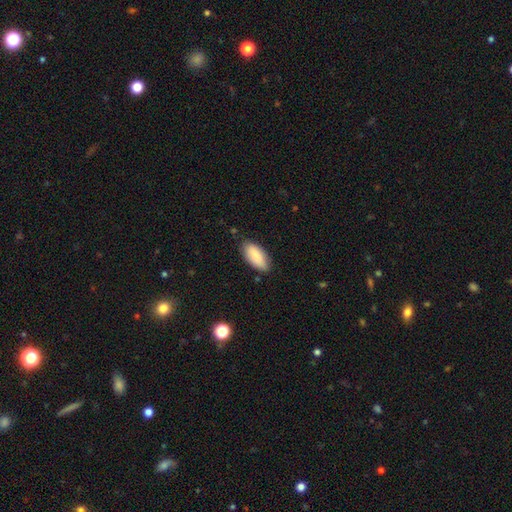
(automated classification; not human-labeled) The model was most divided on "merging": none: 79%, minor disturbance: 17%, major disturbance: 3%, merger: 1%. More confident: how rounded — in between (89%); smooth or featured — smooth (87%).